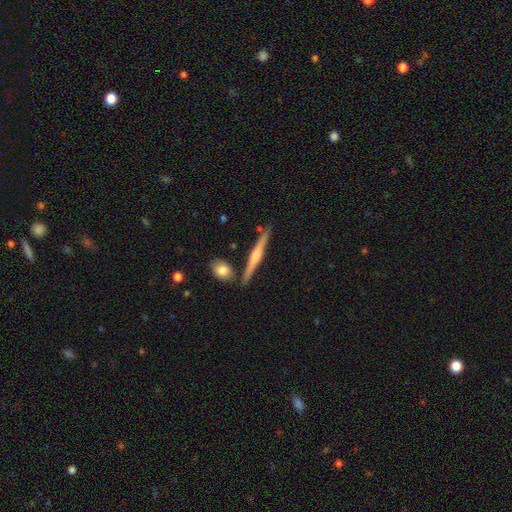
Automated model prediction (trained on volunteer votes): A featured or disk galaxy (65%) viewed edge-on (98%) with a rounded central bulge (70%).

Vote fractions:
- Smooth or featured? featured or disk: 65% / smooth: 29% / star or artifact: 6%
- Edge-on disk? yes: 98% / no: 2%
- Edge-on bulge? rounded: 70% / none: 15% / boxy: 15%
- Merging? none: 84% / minor disturbance: 9% / merger: 5% / major disturbance: 2%